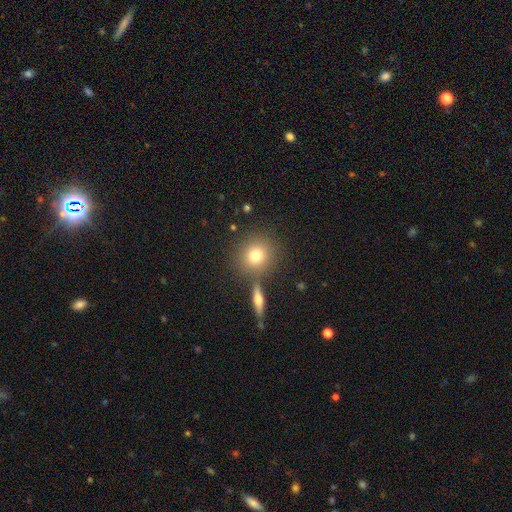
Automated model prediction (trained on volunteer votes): The model was most divided on "smooth or featured": smooth: 76%, featured or disk: 13%, star or artifact: 11%. More confident: how rounded — round (86%); merging — none (76%).